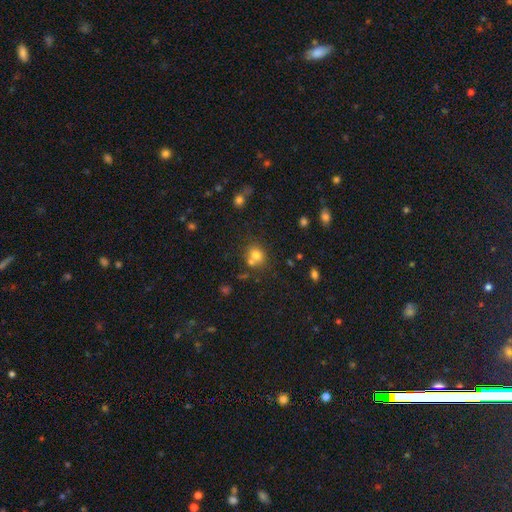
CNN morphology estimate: type=smooth (75%); roundness=round (73%); merging=none (56%).